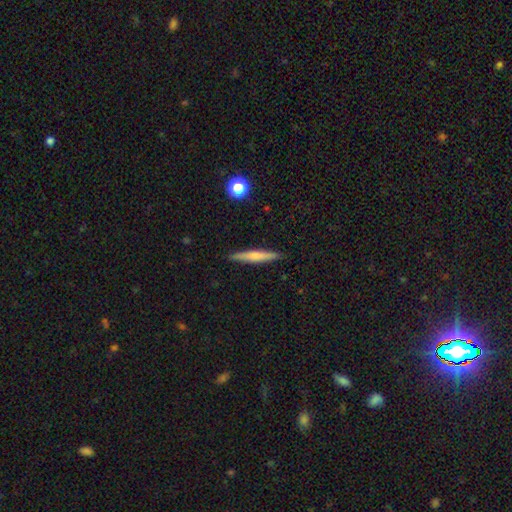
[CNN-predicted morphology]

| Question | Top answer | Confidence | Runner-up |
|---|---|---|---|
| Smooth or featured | smooth | 55% | featured or disk (38%) |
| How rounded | cigar-shaped | 94% | in between (5%) |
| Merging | none | 91% | minor disturbance (7%) |